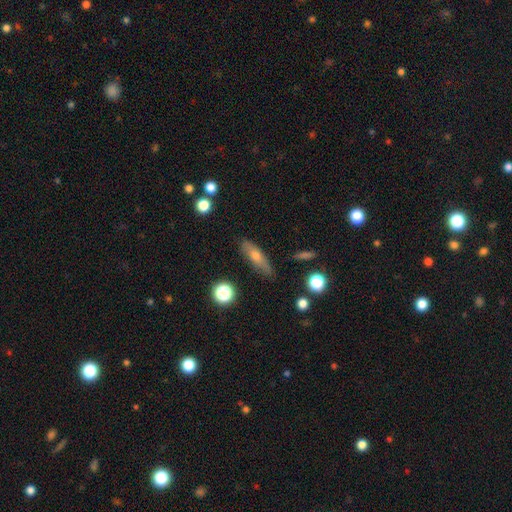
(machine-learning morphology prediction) Smooth or featured?
  - smooth: 61% *
  - featured or disk: 31%
  - star or artifact: 9%
How rounded?
  - cigar-shaped: 57% *
  - in between: 38%
  - round: 5%
Merging?
  - none: 82% *
  - minor disturbance: 13%
  - major disturbance: 3%
  - merger: 2%